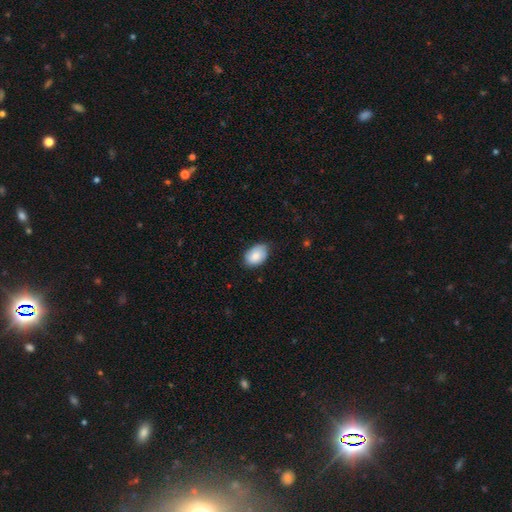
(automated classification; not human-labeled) Overall: smooth (83%). How rounded: in between (86%). Merging: none (72%).